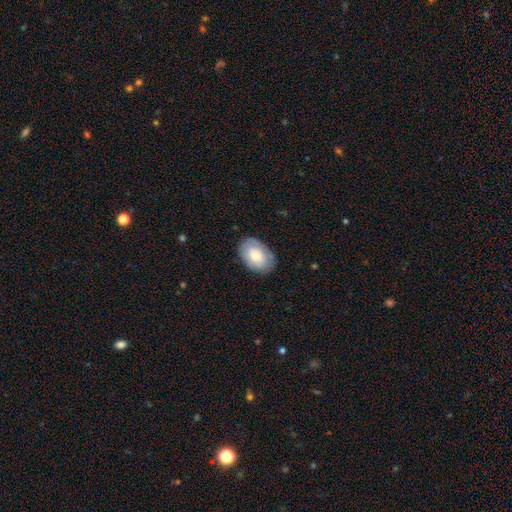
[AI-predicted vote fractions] This appears to be a smooth galaxy with no disk features (75%) that is in between round and cigar-shaped (89%). Merging: none (81%).